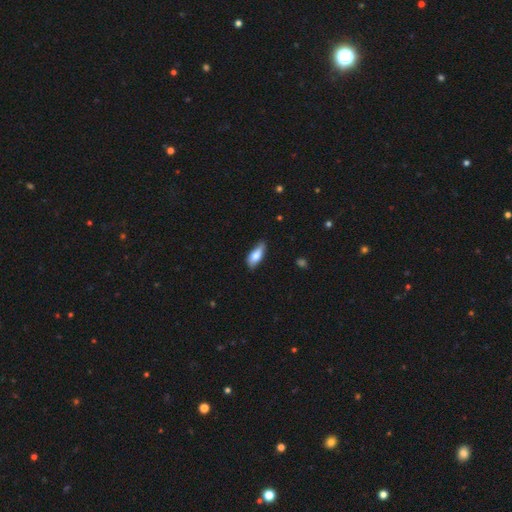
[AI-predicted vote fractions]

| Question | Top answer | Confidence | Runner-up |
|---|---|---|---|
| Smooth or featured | smooth | 73% | featured or disk (20%) |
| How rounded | in between | 75% | cigar-shaped (22%) |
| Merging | none | 62% | minor disturbance (30%) |